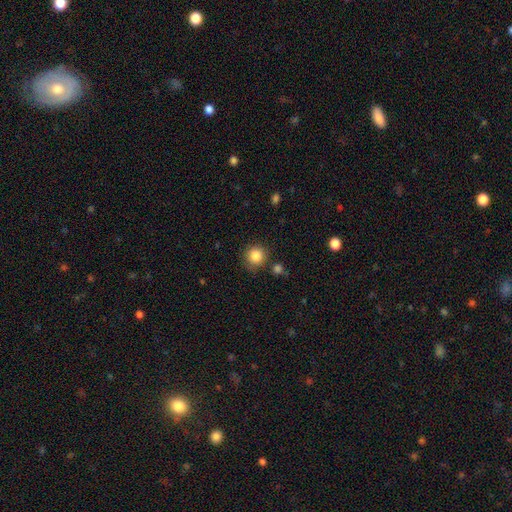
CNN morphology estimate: Q: Smooth or featured?
A: smooth (86%); runner-up: star or artifact (10%)
Q: How rounded?
A: round (92%); runner-up: in between (7%)
Q: Merging?
A: none (83%); runner-up: minor disturbance (10%)